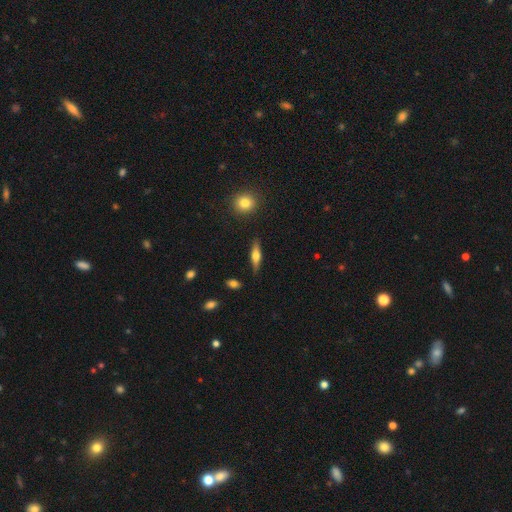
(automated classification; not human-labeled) featured or disk 48%, smooth 45%, star or artifact 7%. Down the decision tree: merging — none (86%).